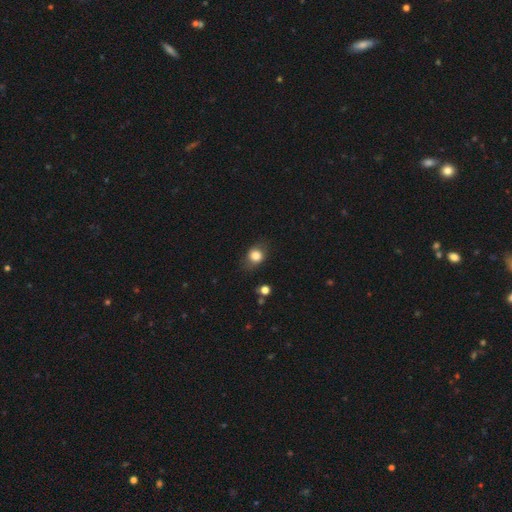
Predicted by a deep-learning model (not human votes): A smooth galaxy with no disk features (79%) that is round (54%). Merging: none (75%).